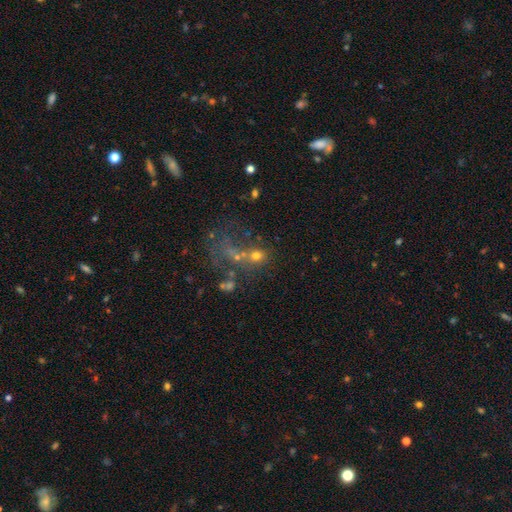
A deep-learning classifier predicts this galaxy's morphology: The model was most divided on "merging": none: 34%, merger: 33%, major disturbance: 21%, minor disturbance: 11%. Remaining: smooth or featured — smooth (44%).